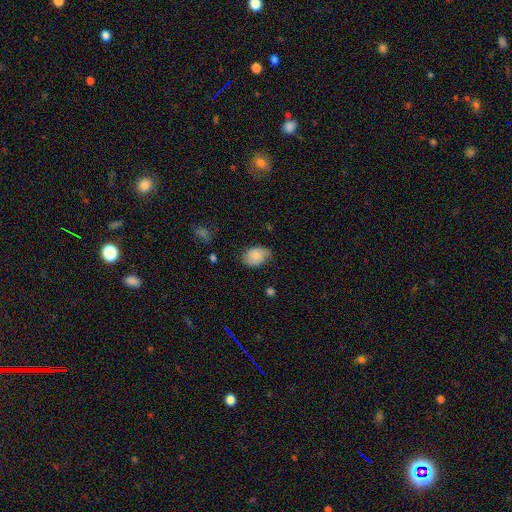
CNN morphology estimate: smooth 70%, featured or disk 21%, star or artifact 8%. Down the decision tree: how rounded — in between (72%); merging — none (61%).